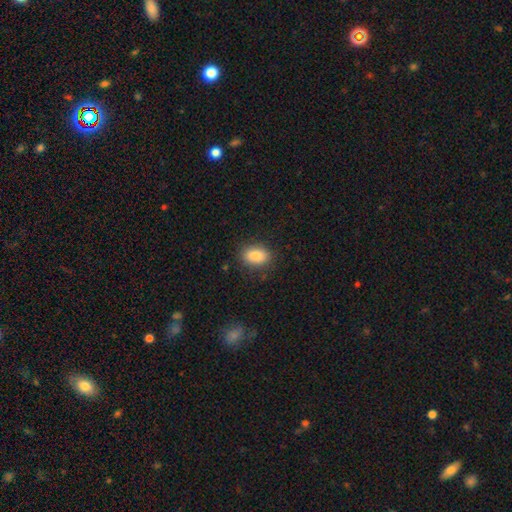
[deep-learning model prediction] Q: Smooth or featured?
A: smooth (87%); runner-up: star or artifact (8%)
Q: How rounded?
A: in between (85%); runner-up: round (13%)
Q: Merging?
A: none (86%); runner-up: minor disturbance (10%)